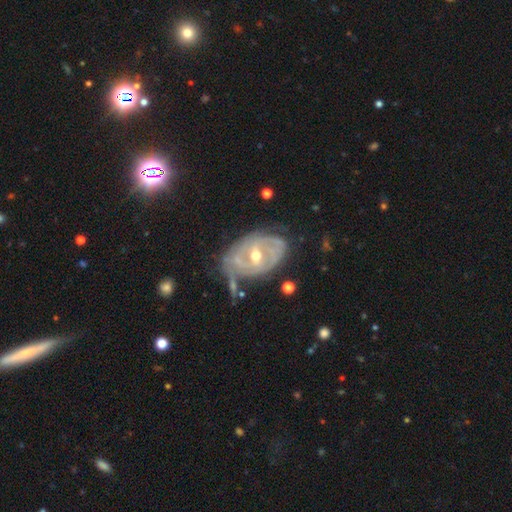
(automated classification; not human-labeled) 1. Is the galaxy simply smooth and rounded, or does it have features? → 82% featured or disk, 11% smooth, 7% star or artifact.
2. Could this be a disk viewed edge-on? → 95% no, 5% yes.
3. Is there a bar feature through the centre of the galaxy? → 46% weak, 31% no, 23% strong.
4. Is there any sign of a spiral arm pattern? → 79% yes, 21% no.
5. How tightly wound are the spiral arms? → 63% tight, 27% medium, 10% loose.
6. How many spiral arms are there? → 41% can't tell, 36% 2, 10% 3, 5% 1, 4% 4, 3% more than 4.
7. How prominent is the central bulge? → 61% moderate, 35% small, 2% large, 1% none, 1% dominant.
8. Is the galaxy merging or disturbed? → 57% none, 26% minor disturbance, 13% major disturbance, 4% merger.